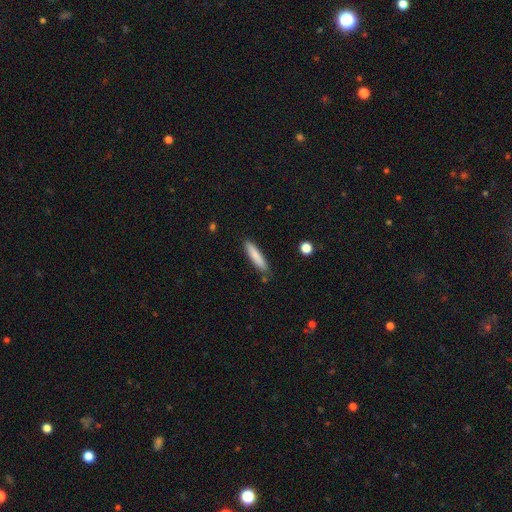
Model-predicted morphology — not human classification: A smooth galaxy with no disk features (82%) that is cigar-shaped (86%).

Vote fractions:
- Smooth or featured? smooth: 82% / featured or disk: 12% / star or artifact: 6%
- How rounded? cigar-shaped: 86% / in between: 13% / round: 1%
- Merging? none: 85% / minor disturbance: 11% / merger: 3% / major disturbance: 2%